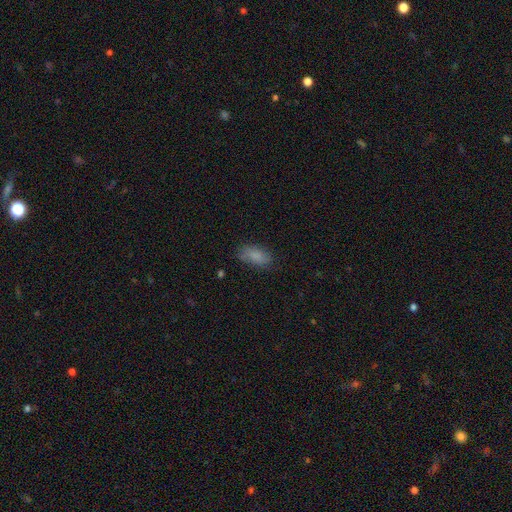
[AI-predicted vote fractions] Smooth or featured?
  - smooth: 83% *
  - star or artifact: 9%
  - featured or disk: 8%
How rounded?
  - in between: 88% *
  - cigar-shaped: 9%
  - round: 3%
Merging?
  - none: 71% *
  - minor disturbance: 21%
  - major disturbance: 6%
  - merger: 2%